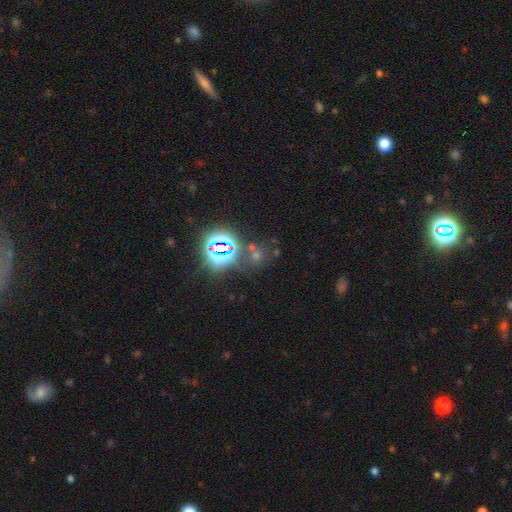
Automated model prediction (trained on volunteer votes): This appears to be a star or artifact, not a galaxy (65%).